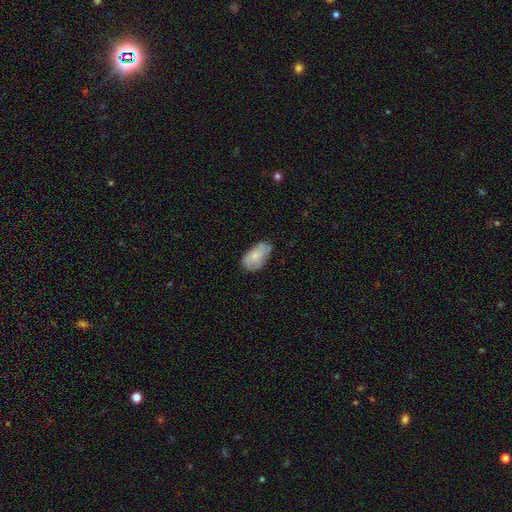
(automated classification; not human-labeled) A smooth galaxy with no disk features (70%) that is in between round and cigar-shaped (92%).

Vote fractions:
- Smooth or featured? smooth: 70% / featured or disk: 23% / star or artifact: 7%
- How rounded? in between: 92% / round: 5% / cigar-shaped: 2%
- Merging? none: 47% / minor disturbance: 38% / major disturbance: 11% / merger: 4%